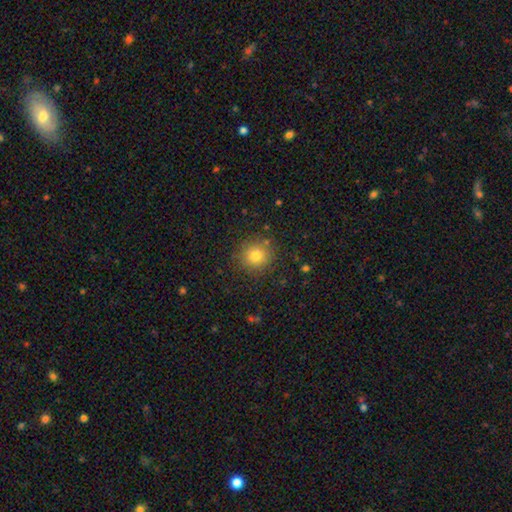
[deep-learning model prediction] A smooth galaxy with no disk features (79%) that is round (91%). Merging: none (87%).